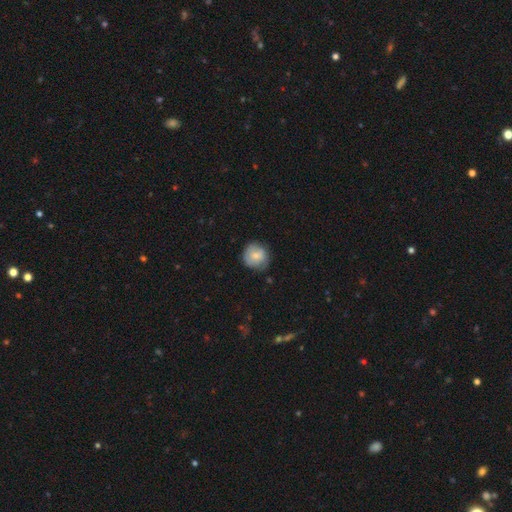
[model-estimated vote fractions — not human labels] smooth 69%, featured or disk 24%, star or artifact 7%. Down the decision tree: how rounded — round (88%); merging — none (70%).